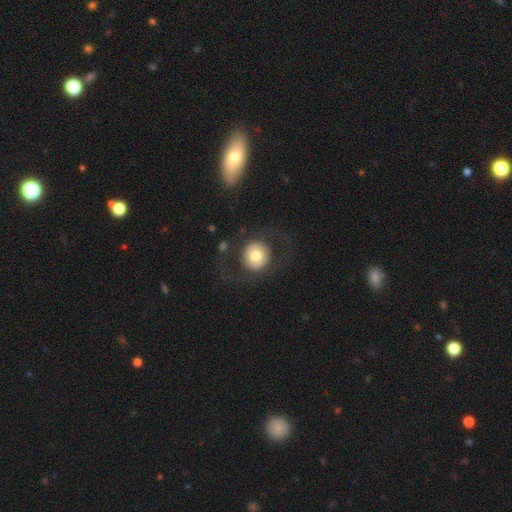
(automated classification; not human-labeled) The model was most divided on "smooth or featured": smooth: 59%, featured or disk: 34%, star or artifact: 7%. More confident: how rounded — round (90%); merging — none (77%).